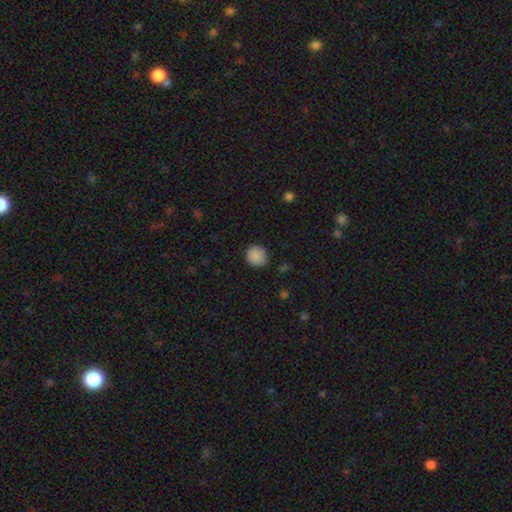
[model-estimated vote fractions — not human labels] Morphology: type=smooth (88%); roundness=round (88%); merging=none (86%).